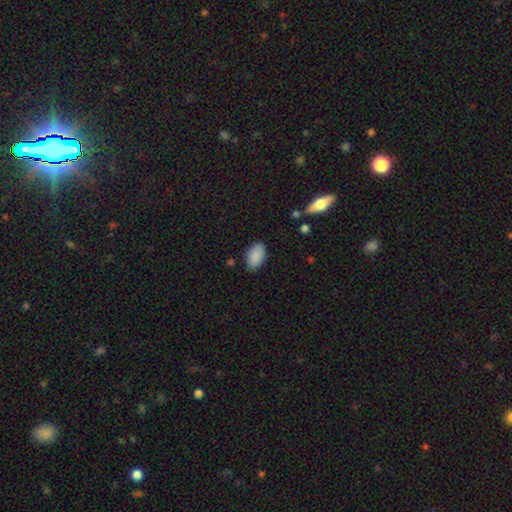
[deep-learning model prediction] Smooth or featured? Predicted: smooth (p=0.89). How rounded? Predicted: in between (p=0.93). Merging? Predicted: none (p=0.84).